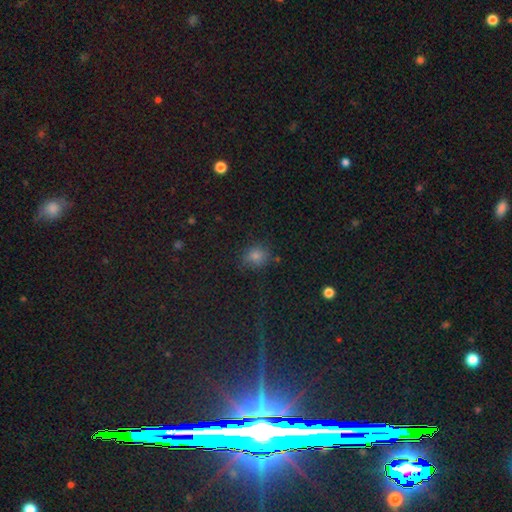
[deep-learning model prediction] Overall: smooth (66%; star or artifact 26%). How rounded: round (75%). Merging: none (79%).